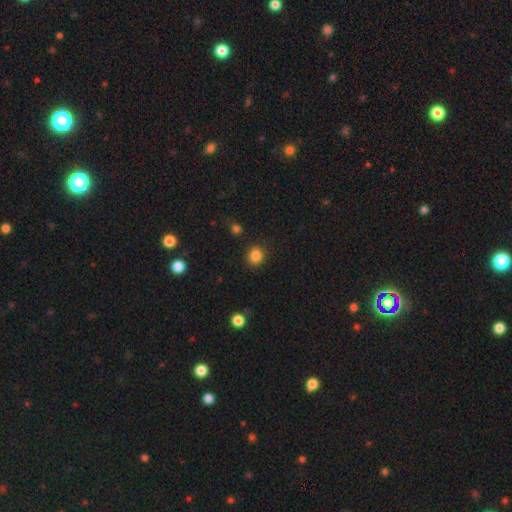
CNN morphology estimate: This appears to be a smooth galaxy with no disk features (85%) that is round (85%). Merging: none (88%).